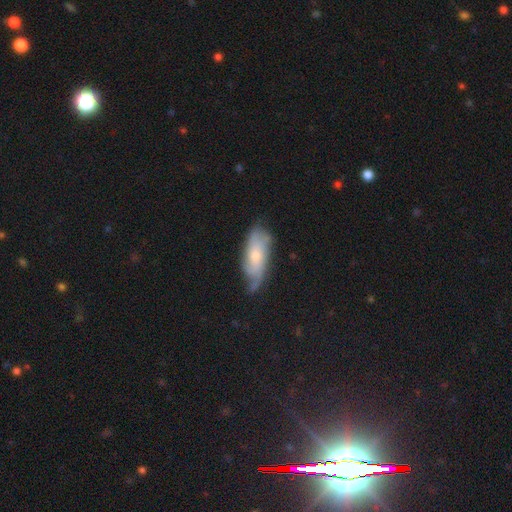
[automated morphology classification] smooth-or-featured: featured or disk: 53% | smooth: 40% | star or artifact: 6%
  disk-edge-on: no: 84% | yes: 16%
  merging: none: 53% | minor disturbance: 33% | major disturbance: 12% | merger: 2%